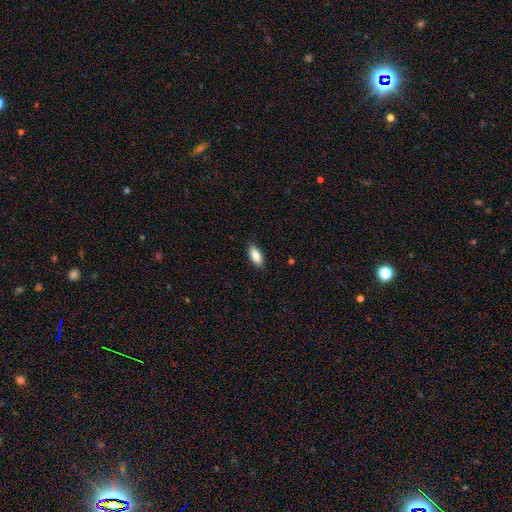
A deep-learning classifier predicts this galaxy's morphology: Smooth or featured: smooth — 87% (featured or disk — 7%)
How rounded: in between — 85% (cigar-shaped — 13%)
Merging: none — 86% (minor disturbance — 11%)